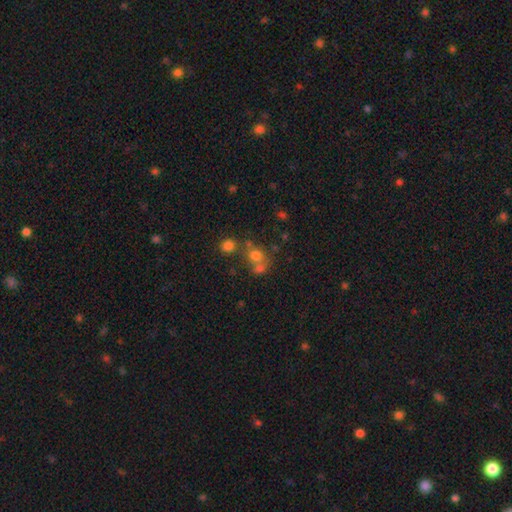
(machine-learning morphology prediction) This is likely a smooth galaxy (64%). How rounded: likely round (76%). Merging: marginally none (44%).